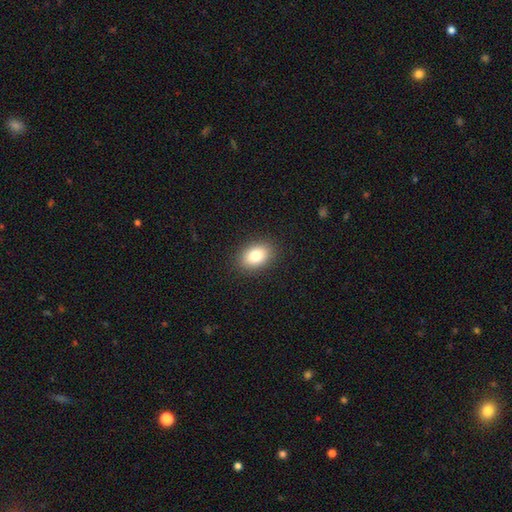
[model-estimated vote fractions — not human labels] Smooth or featured: smooth — 84% (star or artifact — 8%)
How rounded: in between — 84% (round — 15%)
Merging: none — 89% (minor disturbance — 8%)